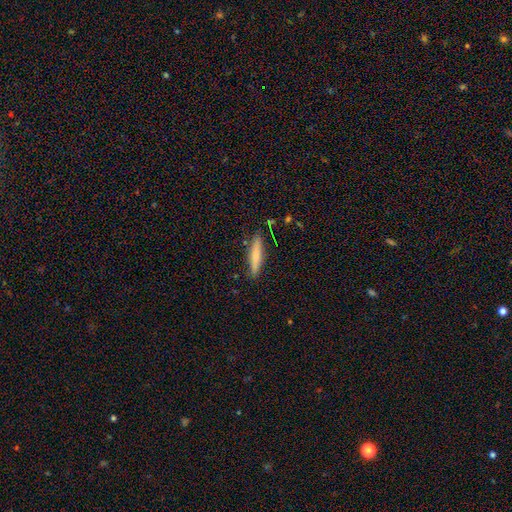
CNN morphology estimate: This appears to be a smooth galaxy with no disk features (72%) that is cigar-shaped (90%). Merging: none (86%).